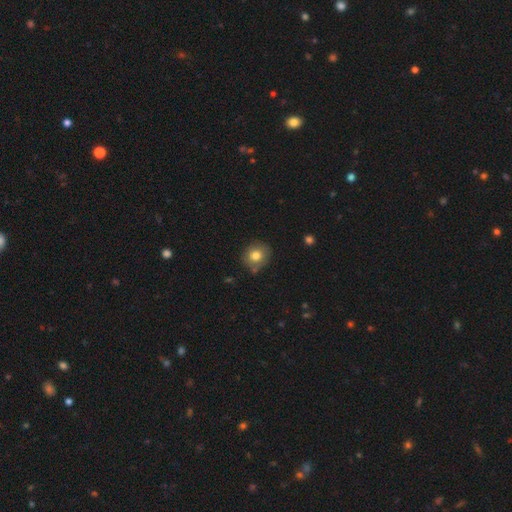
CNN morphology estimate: smooth 78%, featured or disk 12%, star or artifact 10%. Down the decision tree: how rounded — round (82%); merging — none (79%).